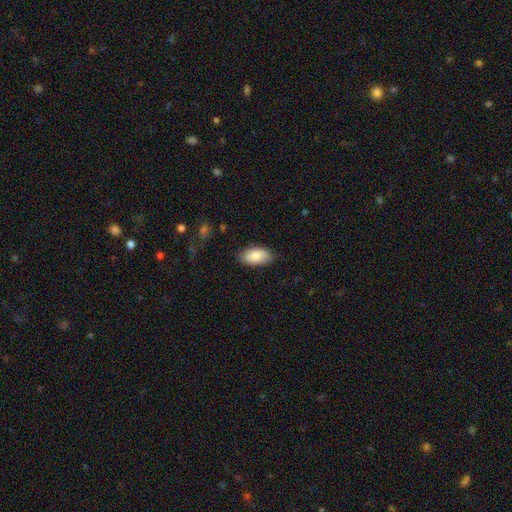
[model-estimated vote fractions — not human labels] smooth-or-featured: smooth: 84% | featured or disk: 10% | star or artifact: 6%
  how-rounded: in between: 94% | round: 3% | cigar-shaped: 3%
  merging: none: 82% | minor disturbance: 14% | major disturbance: 3% | merger: 1%